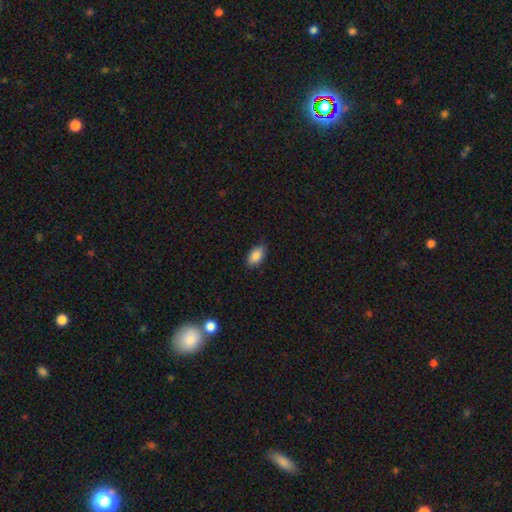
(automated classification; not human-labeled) This is clearly a smooth galaxy (87%). How rounded: clearly in between (93%). Merging: clearly none (85%).